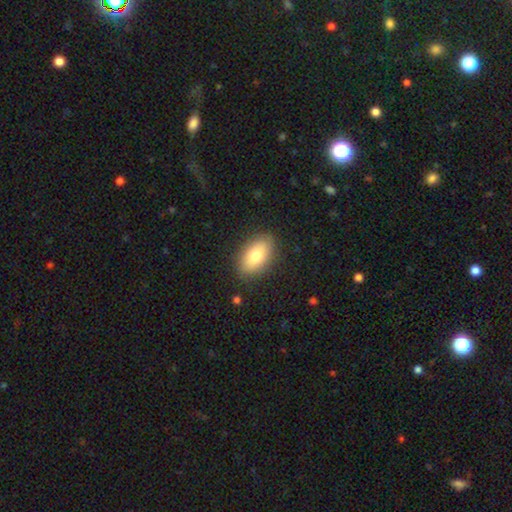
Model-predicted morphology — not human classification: type=smooth (78%); roundness=in between (92%); merging=none (85%).